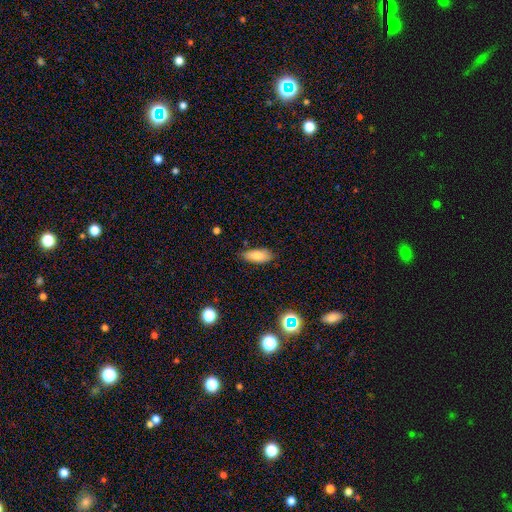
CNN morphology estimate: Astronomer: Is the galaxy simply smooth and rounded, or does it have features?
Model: smooth — 80%.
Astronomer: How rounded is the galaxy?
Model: in between — 81%.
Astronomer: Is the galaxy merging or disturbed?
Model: none — 81%.